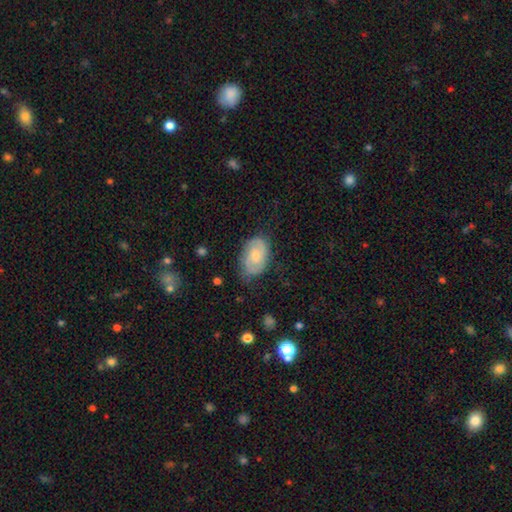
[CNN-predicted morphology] smooth-or-featured: featured or disk: 61% | smooth: 32% | star or artifact: 7%
  disk-edge-on: no: 97% | yes: 3%
    bar: no: 55% | weak: 39% | strong: 6%
    has-spiral-arms: yes: 89% | no: 11%
      spiral-winding: tight: 44% | medium: 43% | loose: 13%
      spiral-arm-count: 2: 79% | can't tell: 13% | 1: 3% | 3: 3% | 4: 1% | more than 4: 1%
    bulge-size: moderate: 43% | small: 36% | none: 13% | large: 7% | dominant: 2%
  merging: none: 73% | minor disturbance: 20% | major disturbance: 6% | merger: 1%